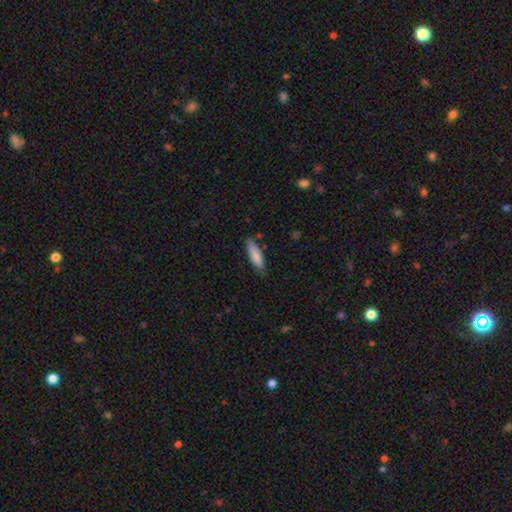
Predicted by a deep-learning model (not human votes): This is clearly a smooth galaxy (83%). How rounded: likely cigar-shaped (61%). Merging: likely none (78%).